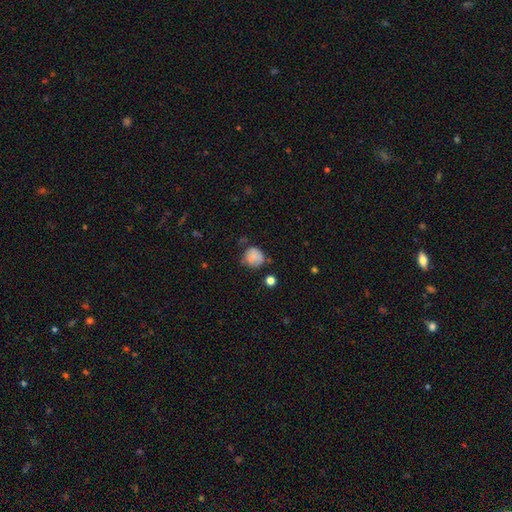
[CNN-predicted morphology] smooth 78%, featured or disk 12%, star or artifact 10%. Down the decision tree: how rounded — round (78%); merging — none (53%).